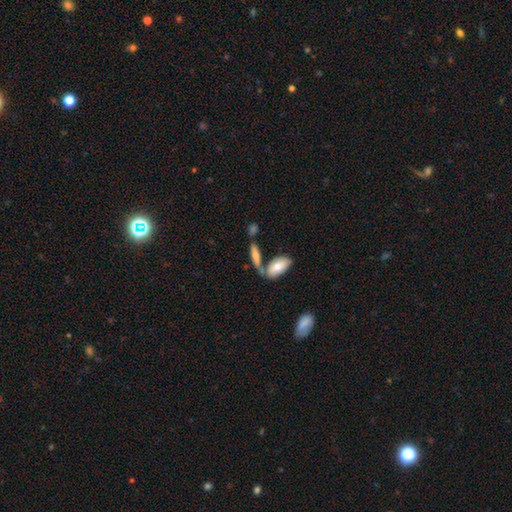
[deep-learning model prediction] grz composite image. It shows a smooth galaxy with no disk features (61%) that is in between round and cigar-shaped (57%). Merging: none (53%).